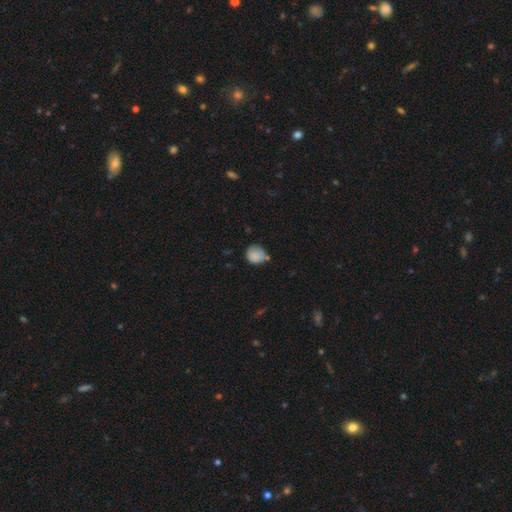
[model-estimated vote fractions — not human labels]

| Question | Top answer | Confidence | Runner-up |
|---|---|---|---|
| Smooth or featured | smooth | 84% | star or artifact (9%) |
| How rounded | round | 80% | in between (19%) |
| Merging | none | 56% | minor disturbance (31%) |